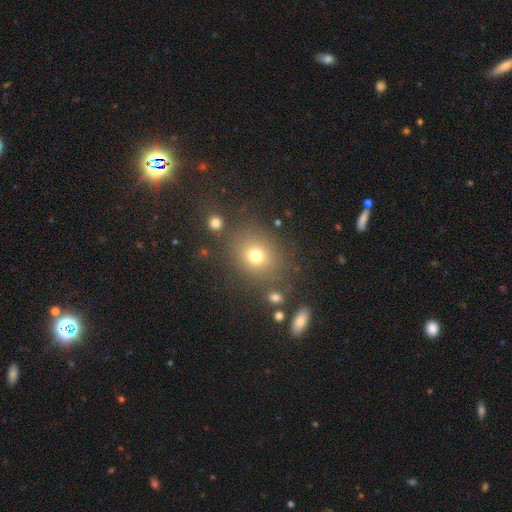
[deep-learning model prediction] Q: Smooth or featured?
A: smooth (73%); runner-up: star or artifact (17%)
Q: How rounded?
A: round (66%); runner-up: in between (33%)
Q: Merging?
A: none (78%); runner-up: minor disturbance (11%)